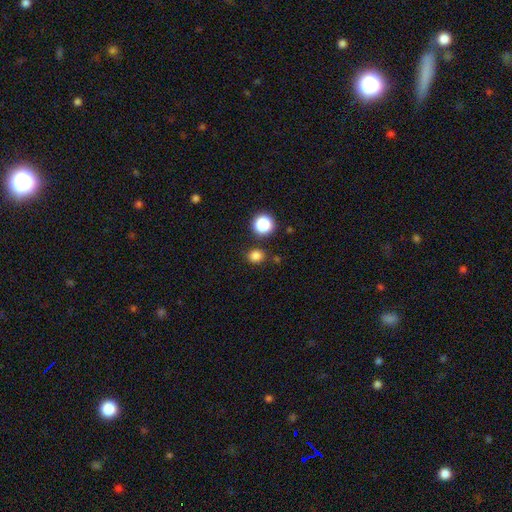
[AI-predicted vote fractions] Q: Smooth or featured?
A: smooth (80%); runner-up: star or artifact (16%)
Q: How rounded?
A: round (84%); runner-up: in between (15%)
Q: Merging?
A: none (84%); runner-up: minor disturbance (7%)